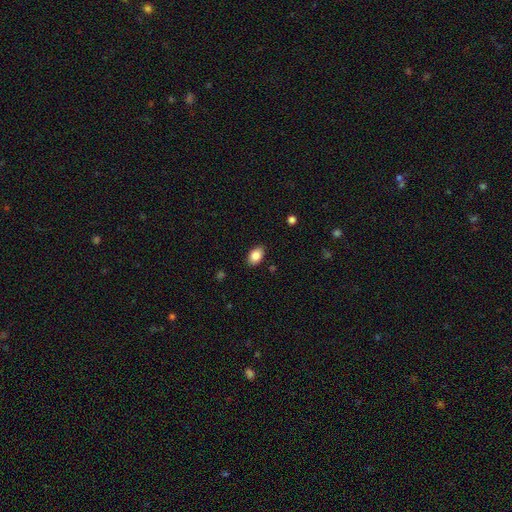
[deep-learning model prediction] Smooth or featured? Predicted: smooth (p=0.86). How rounded? Predicted: in between (p=0.87). Merging? Predicted: none (p=0.87).